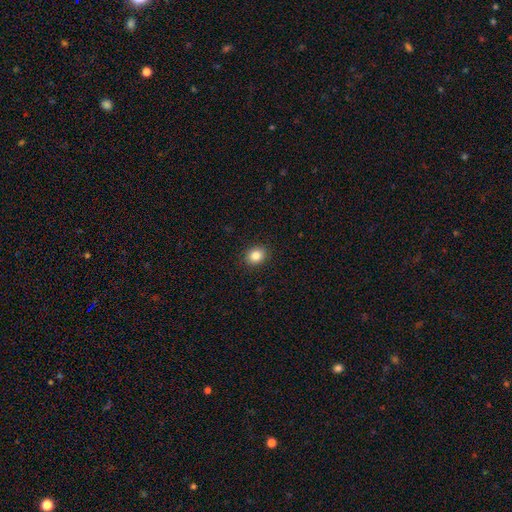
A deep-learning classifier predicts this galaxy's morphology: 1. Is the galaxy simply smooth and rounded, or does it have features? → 84% smooth, 10% star or artifact, 6% featured or disk.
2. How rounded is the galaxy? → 63% round, 36% in between, 1% cigar-shaped.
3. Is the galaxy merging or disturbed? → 91% none, 7% minor disturbance, 2% major disturbance, 1% merger.